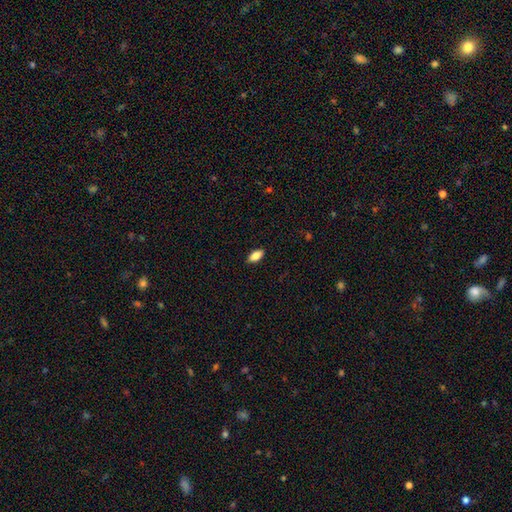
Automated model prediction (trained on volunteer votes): Morphology: type=smooth (85%); roundness=in between (89%); merging=none (88%).